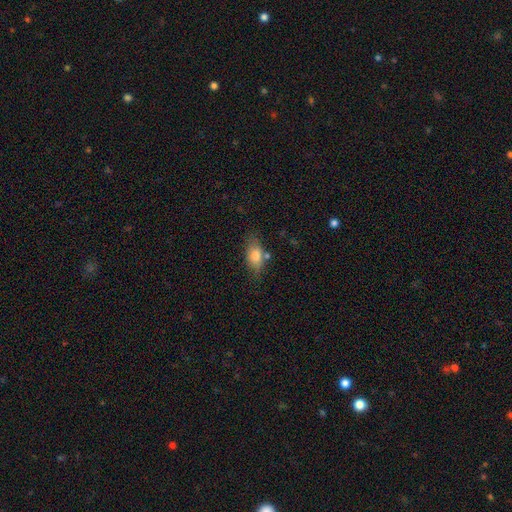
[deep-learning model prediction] This is likely a smooth galaxy (76%). How rounded: clearly in between (83%). Merging: likely none (67%).